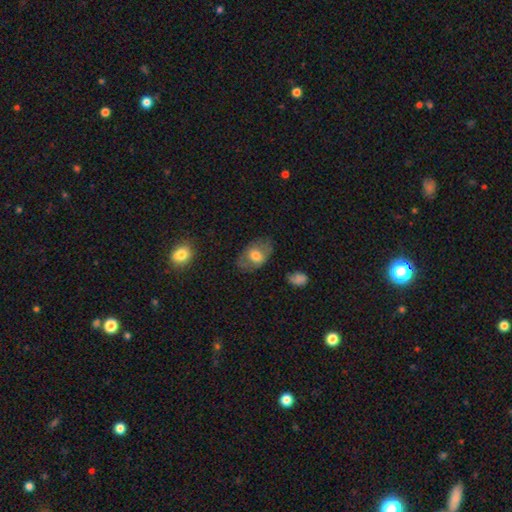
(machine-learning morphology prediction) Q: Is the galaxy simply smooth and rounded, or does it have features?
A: smooth — 59%.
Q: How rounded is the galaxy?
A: in between — 82%.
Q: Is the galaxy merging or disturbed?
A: none — 70%.